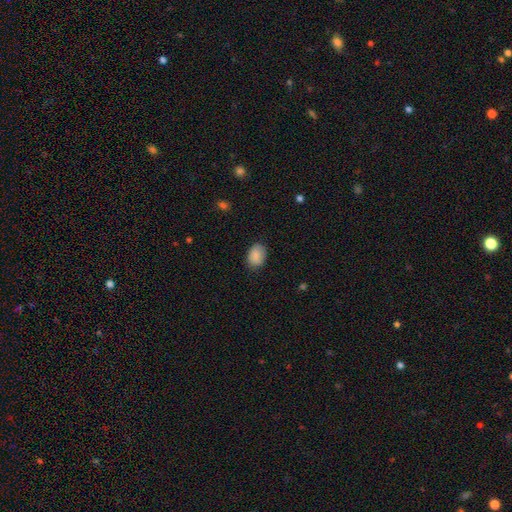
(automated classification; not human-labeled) This appears to be a smooth galaxy with no disk features (88%) that is in between round and cigar-shaped (78%). Merging: none (80%).